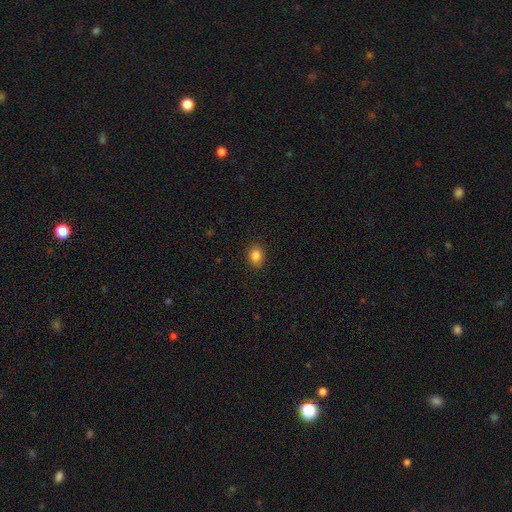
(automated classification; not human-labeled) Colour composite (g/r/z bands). It shows a smooth galaxy with no disk features (85%) that is in between round and cigar-shaped (54%). Merging: none (90%).